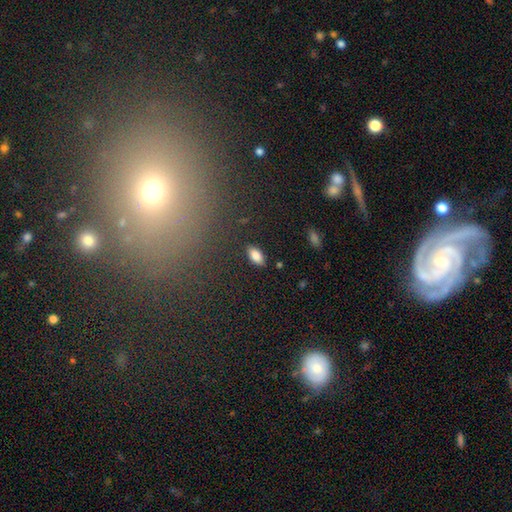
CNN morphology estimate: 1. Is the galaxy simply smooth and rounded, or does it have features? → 84% smooth, 8% star or artifact, 8% featured or disk.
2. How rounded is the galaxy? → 92% in between, 5% cigar-shaped, 3% round.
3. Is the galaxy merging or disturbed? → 87% none, 9% minor disturbance, 2% major disturbance, 1% merger.